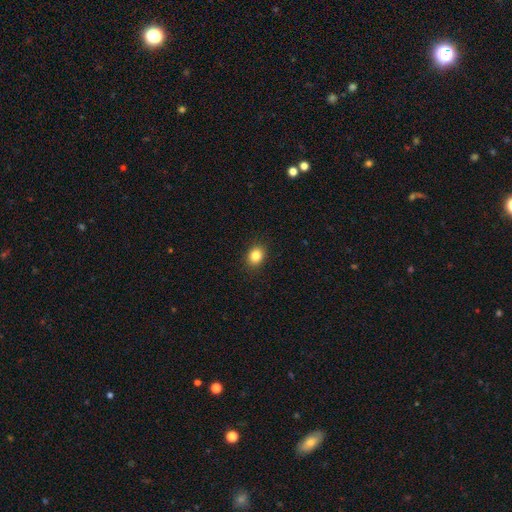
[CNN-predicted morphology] smooth 84%, star or artifact 11%, featured or disk 5%. Down the decision tree: how rounded — in between (51%); merging — none (90%).